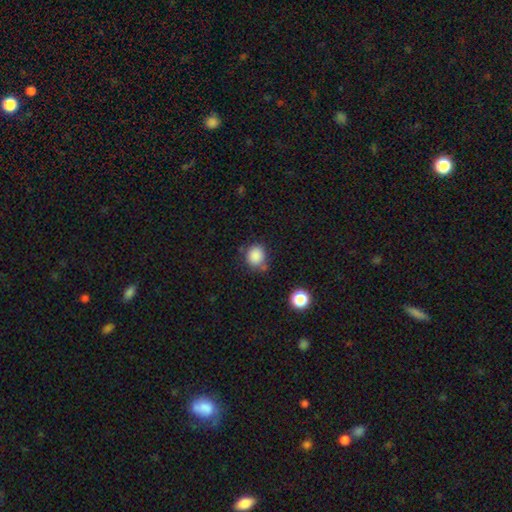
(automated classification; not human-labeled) smooth 85%, star or artifact 10%, featured or disk 4%. Down the decision tree: how rounded — round (81%); merging — none (70%).